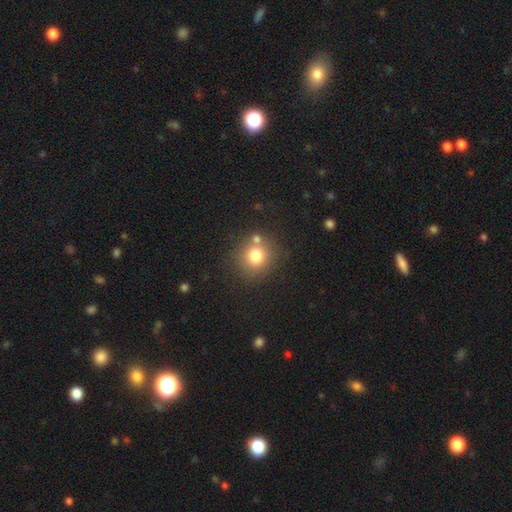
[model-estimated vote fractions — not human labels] smooth-or-featured: smooth: 77% | star or artifact: 13% | featured or disk: 10%
  how-rounded: round: 88% | in between: 11% | cigar-shaped: 1%
  merging: none: 70% | merger: 16% | minor disturbance: 10% | major disturbance: 4%